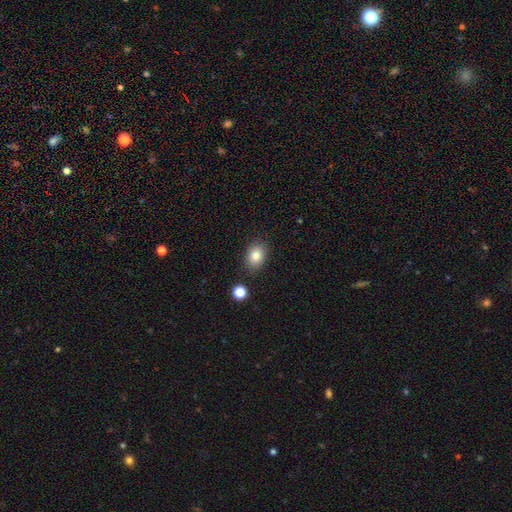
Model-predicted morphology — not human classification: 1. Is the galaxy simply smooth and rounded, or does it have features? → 82% smooth, 10% star or artifact, 8% featured or disk.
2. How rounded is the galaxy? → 70% in between, 29% round, 1% cigar-shaped.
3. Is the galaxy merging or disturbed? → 84% none, 10% minor disturbance, 3% merger, 3% major disturbance.